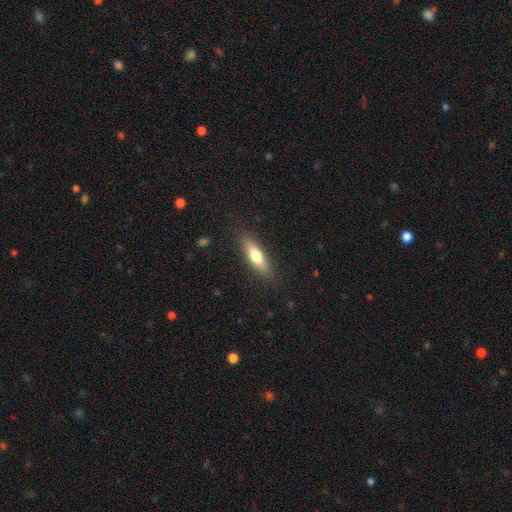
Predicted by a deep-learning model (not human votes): Smooth or featured? Predicted: smooth (p=0.66). How rounded? Predicted: cigar-shaped (p=0.56). Merging? Predicted: none (p=0.86).